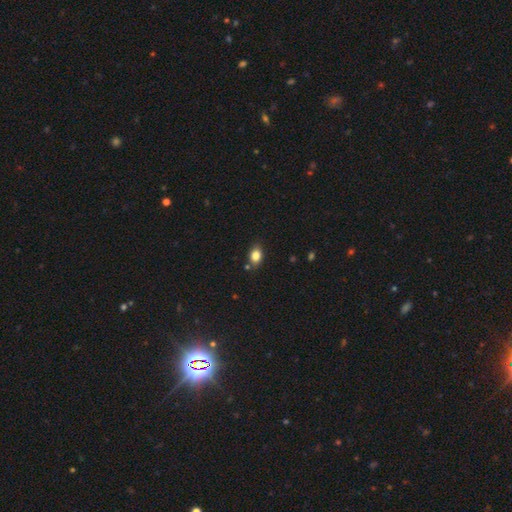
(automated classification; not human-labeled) smooth-or-featured: smooth: 83% | star or artifact: 10% | featured or disk: 7%
  how-rounded: in between: 72% | round: 26% | cigar-shaped: 2%
  merging: none: 79% | minor disturbance: 14% | merger: 5% | major disturbance: 3%